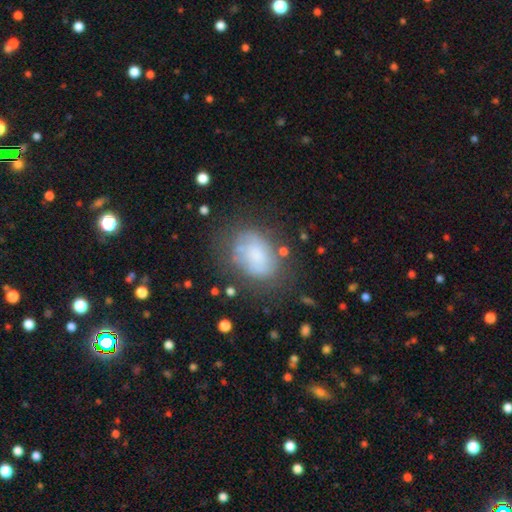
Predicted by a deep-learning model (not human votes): Morphology: type=smooth (59%); roundness=in between (71%); merging=none (52%).